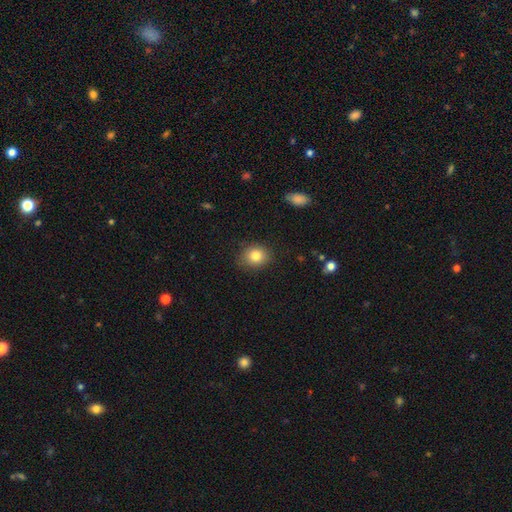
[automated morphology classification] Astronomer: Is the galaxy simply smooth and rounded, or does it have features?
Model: smooth — 83%.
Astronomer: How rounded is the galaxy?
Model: round — 64%.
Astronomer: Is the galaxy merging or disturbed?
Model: none — 84%.